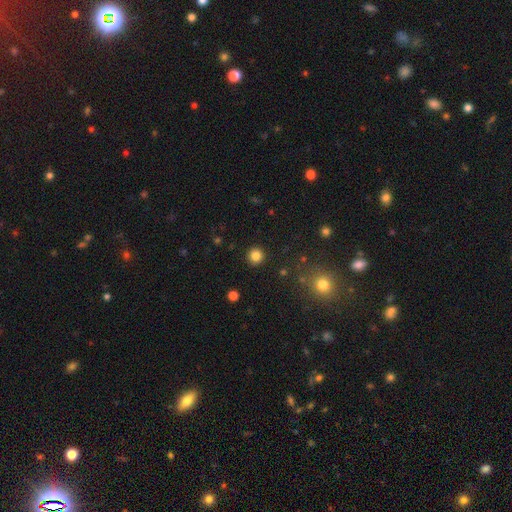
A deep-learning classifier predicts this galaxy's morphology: Smooth or featured? smooth (84%)
How rounded? round (94%)
Merging? none (92%)